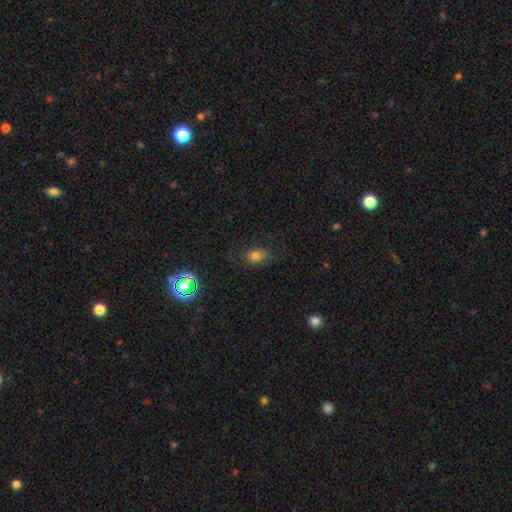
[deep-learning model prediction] Overall: smooth (70%). How rounded: in between (78%). Merging: none (68%).